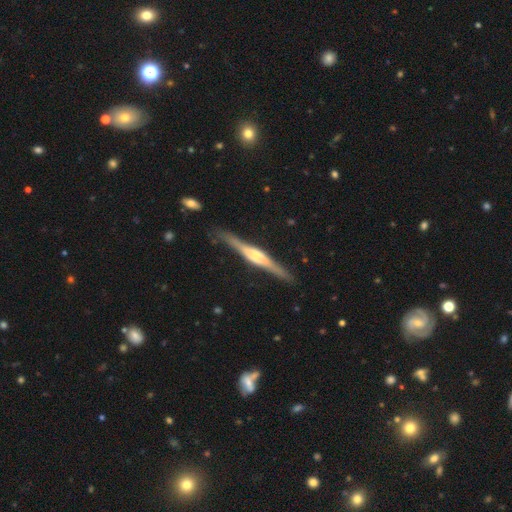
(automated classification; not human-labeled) featured or disk 80%, smooth 15%, star or artifact 5%. Down the decision tree: edge-on disk — yes (98%); edge-on bulge — rounded (65%); merging — none (87%).